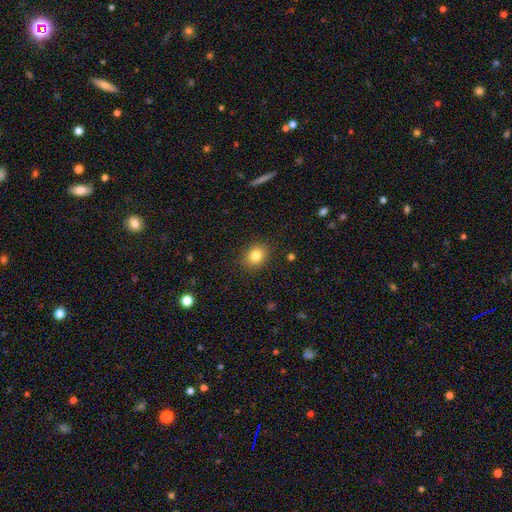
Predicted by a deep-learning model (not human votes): smooth-or-featured: smooth: 82% | star or artifact: 11% | featured or disk: 7%
  how-rounded: round: 57% | in between: 42% | cigar-shaped: 1%
  merging: none: 88% | minor disturbance: 9% | major disturbance: 2% | merger: 1%